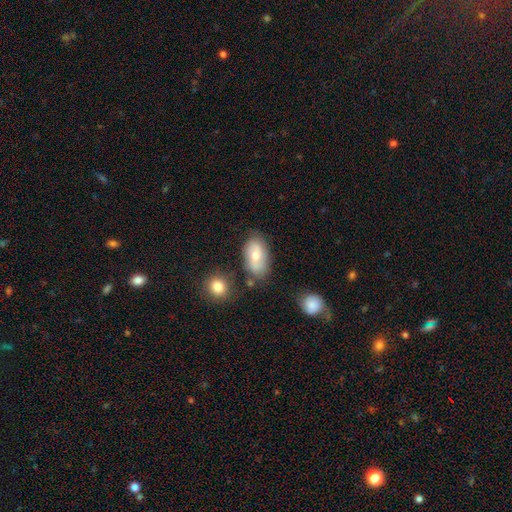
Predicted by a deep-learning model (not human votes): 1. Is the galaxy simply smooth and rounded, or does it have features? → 59% smooth, 33% featured or disk, 7% star or artifact.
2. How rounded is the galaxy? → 91% in between, 7% round, 2% cigar-shaped.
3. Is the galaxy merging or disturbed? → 68% none, 19% minor disturbance, 8% merger, 5% major disturbance.